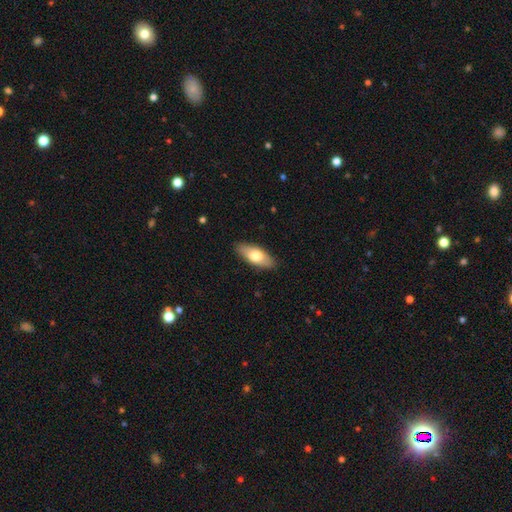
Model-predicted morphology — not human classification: smooth_or_featured: smooth (p=0.70) [alt: featured or disk p=0.24]
how_rounded: in between (p=0.80) [alt: cigar-shaped p=0.17]
merging: none (p=0.88) [alt: minor disturbance p=0.09]